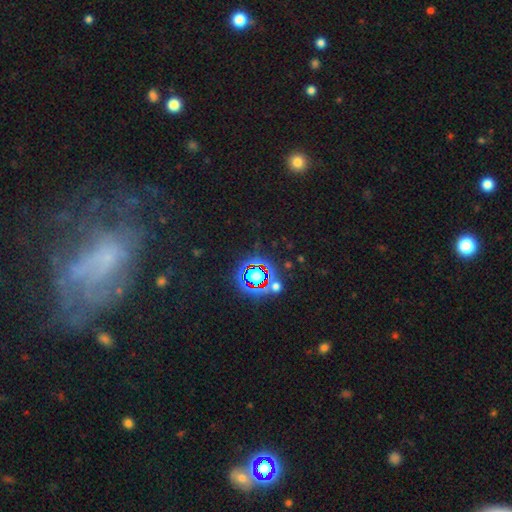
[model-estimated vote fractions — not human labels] Smooth or featured? Predicted: star or artifact (p=0.49).